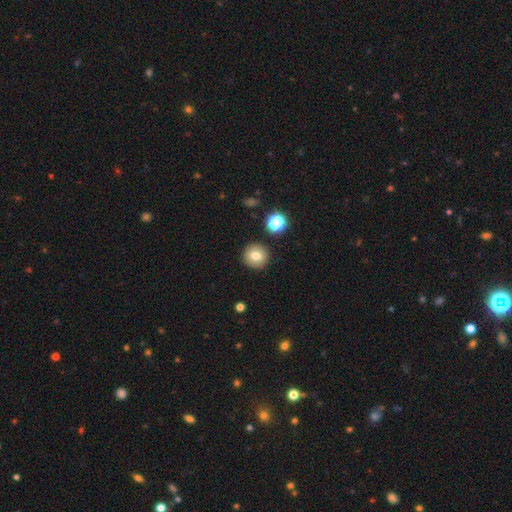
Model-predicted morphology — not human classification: type=smooth (76%); roundness=round (93%); merging=none (90%).